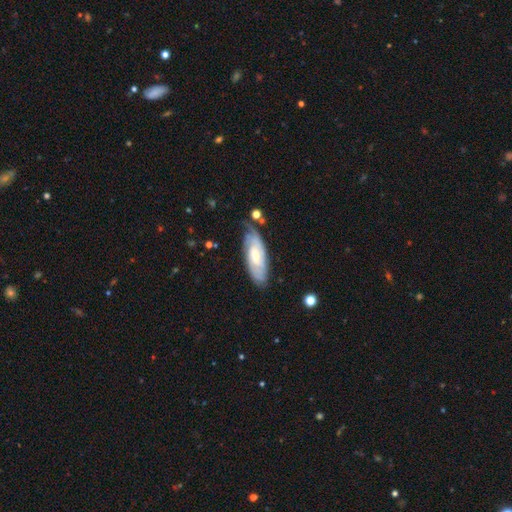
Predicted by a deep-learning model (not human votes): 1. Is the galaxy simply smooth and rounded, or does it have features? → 69% featured or disk, 25% smooth, 6% star or artifact.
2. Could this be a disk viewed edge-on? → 85% no, 15% yes.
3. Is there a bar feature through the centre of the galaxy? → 54% no, 37% weak, 9% strong.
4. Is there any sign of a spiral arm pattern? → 88% yes, 12% no.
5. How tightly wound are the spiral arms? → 66% tight, 27% medium, 7% loose.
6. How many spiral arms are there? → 53% can't tell, 27% 2, 9% 3, 5% 4, 3% 1, 3% more than 4.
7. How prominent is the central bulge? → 49% moderate, 44% small, 4% large, 2% none, 1% dominant.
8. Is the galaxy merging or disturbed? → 65% none, 24% minor disturbance, 7% major disturbance, 3% merger.